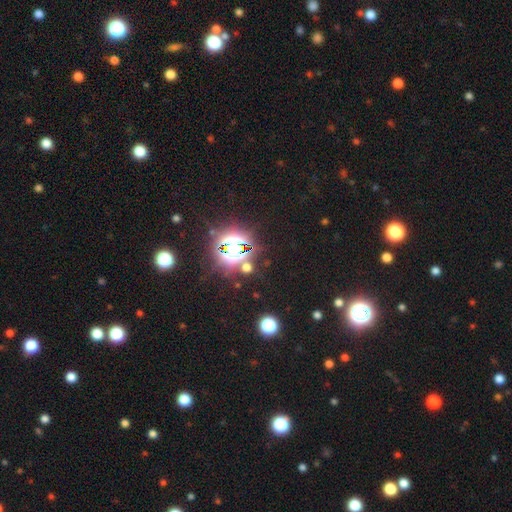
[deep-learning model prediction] The model was most divided on "smooth or featured": star or artifact: 79%, smooth: 15%, featured or disk: 6%.